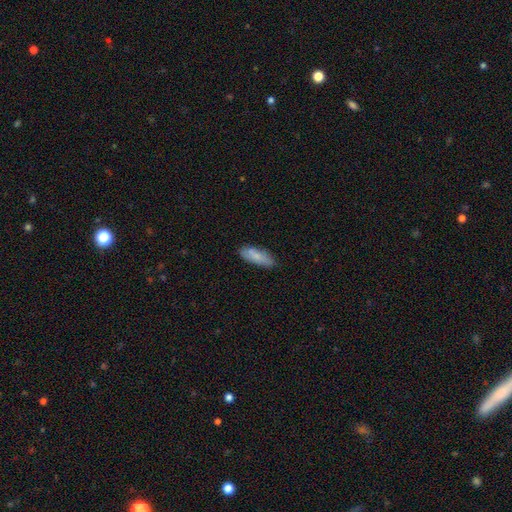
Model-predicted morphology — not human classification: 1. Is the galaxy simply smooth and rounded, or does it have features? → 79% smooth, 14% featured or disk, 6% star or artifact.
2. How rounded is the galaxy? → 61% in between, 37% cigar-shaped, 2% round.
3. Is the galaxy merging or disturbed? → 80% none, 16% minor disturbance, 3% major disturbance, 2% merger.